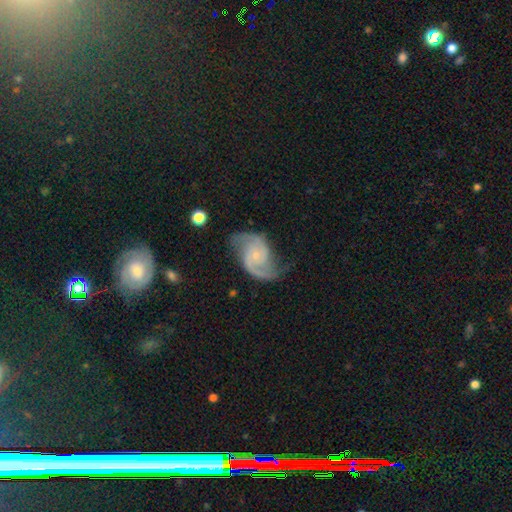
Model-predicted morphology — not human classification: Smooth or featured? Predicted: featured or disk (p=0.90). Edge-on disk? Predicted: no (p=0.98). Bar? Predicted: no (p=0.66). Spiral arms? Predicted: yes (p=0.98). Spiral winding? Predicted: medium (p=0.54). Spiral arm count? Predicted: 2 (p=0.92). Bulge size? Predicted: small (p=0.75). Merging? Predicted: none (p=0.70).